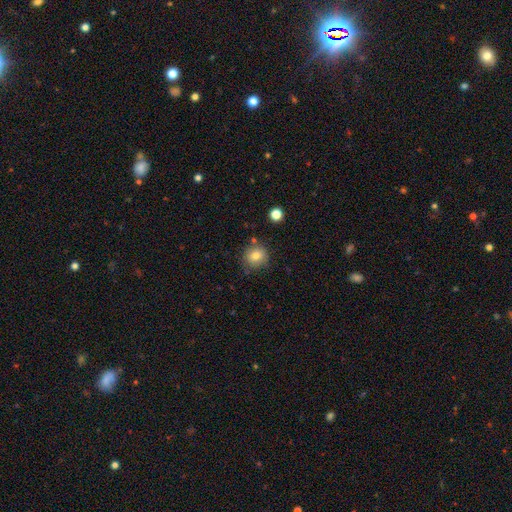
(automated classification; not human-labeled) smooth 81%, star or artifact 10%, featured or disk 8%. Down the decision tree: how rounded — round (85%); merging — none (79%).